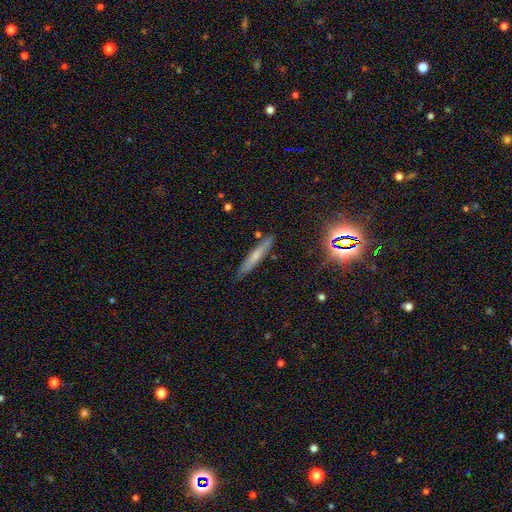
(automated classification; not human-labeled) A smooth galaxy with no disk features (54%) that is cigar-shaped (91%). Merging: none (83%).